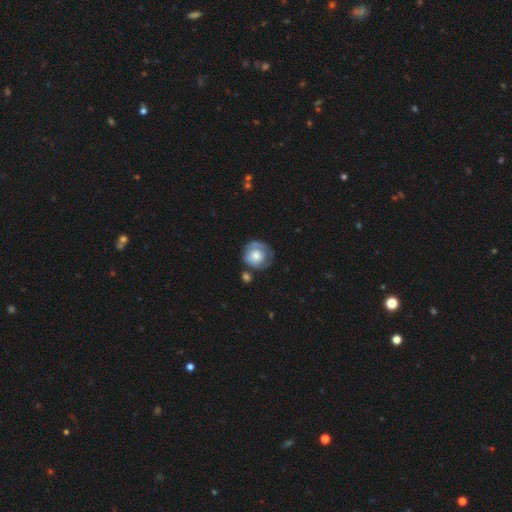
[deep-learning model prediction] A smooth galaxy with no disk features (51%) that is round (87%).

Vote fractions:
- Smooth or featured? smooth: 51% / featured or disk: 42% / star or artifact: 7%
- How rounded? round: 87% / in between: 12% / cigar-shaped: 1%
- Merging? none: 55% / minor disturbance: 25% / major disturbance: 13% / merger: 7%